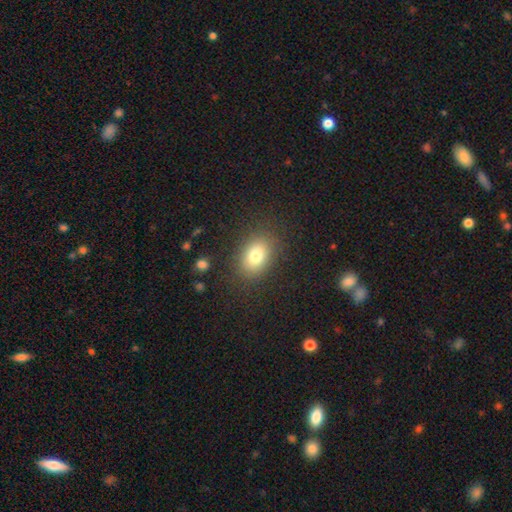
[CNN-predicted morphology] smooth_or_featured: smooth (p=0.78) [alt: star or artifact p=0.11]
how_rounded: in between (p=0.75) [alt: round p=0.24]
merging: none (p=0.84) [alt: minor disturbance p=0.10]